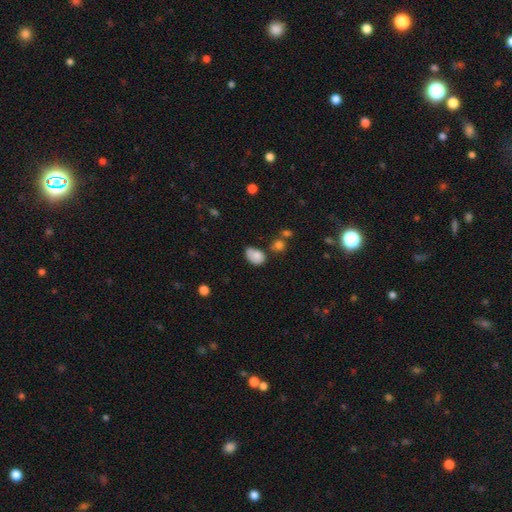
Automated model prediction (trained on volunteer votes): smooth 81%, featured or disk 10%, star or artifact 9%. Down the decision tree: how rounded — in between (79%); merging — none (42%).